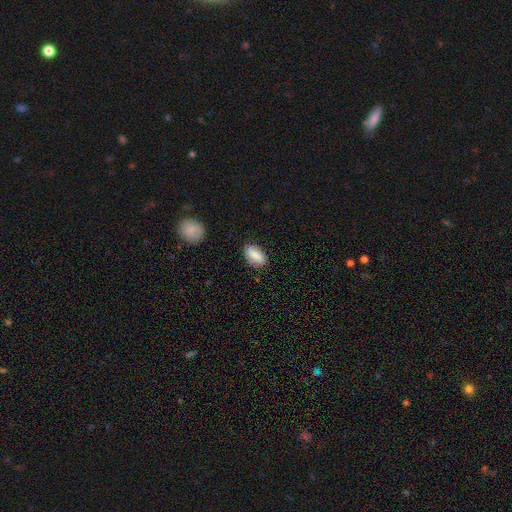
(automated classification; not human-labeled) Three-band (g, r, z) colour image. It shows a smooth galaxy with no disk features (83%) that is in between round and cigar-shaped (87%). Merging: none (84%).